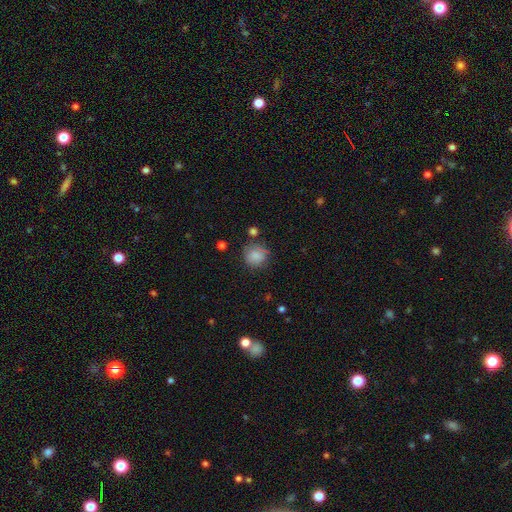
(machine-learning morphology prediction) The model was most divided on "merging": none: 74%, minor disturbance: 16%, major disturbance: 5%, merger: 5%. More confident: how rounded — round (88%); smooth or featured — smooth (84%).